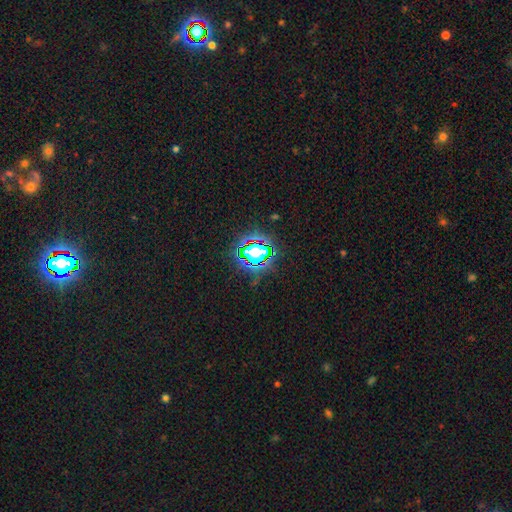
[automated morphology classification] Smooth or featured?
  - star or artifact: 75% *
  - smooth: 16%
  - featured or disk: 9%